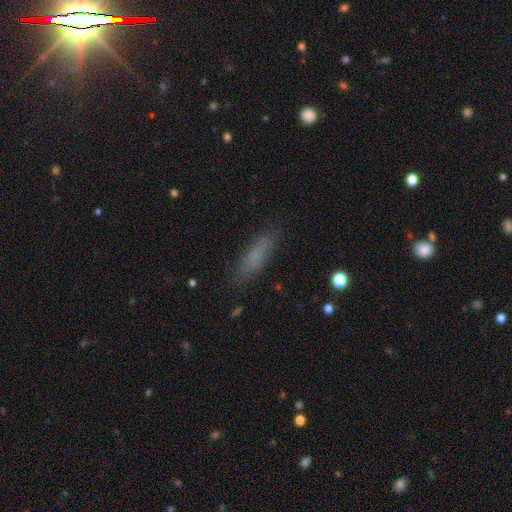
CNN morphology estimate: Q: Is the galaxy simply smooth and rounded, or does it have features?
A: smooth — 74%.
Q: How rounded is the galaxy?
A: cigar-shaped — 65%.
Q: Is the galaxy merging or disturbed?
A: none — 81%.